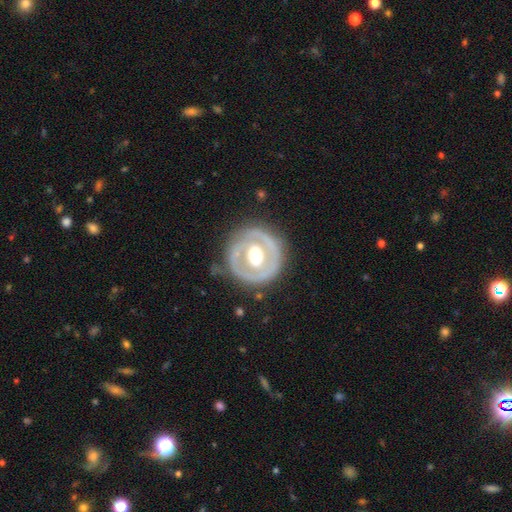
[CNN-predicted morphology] Smooth or featured?
  - featured or disk: 67% *
  - smooth: 28%
  - star or artifact: 5%
Edge-on disk?
  - no: 95% *
  - yes: 5%
Bar?
  - no: 58% *
  - weak: 28%
  - strong: 14%
Spiral arms?
  - no: 75% *
  - yes: 25%
Bulge size?
  - moderate: 62% *
  - large: 30%
  - small: 5%
  - dominant: 2%
  - none: 1%
Merging?
  - none: 76% *
  - minor disturbance: 16%
  - major disturbance: 7%
  - merger: 2%